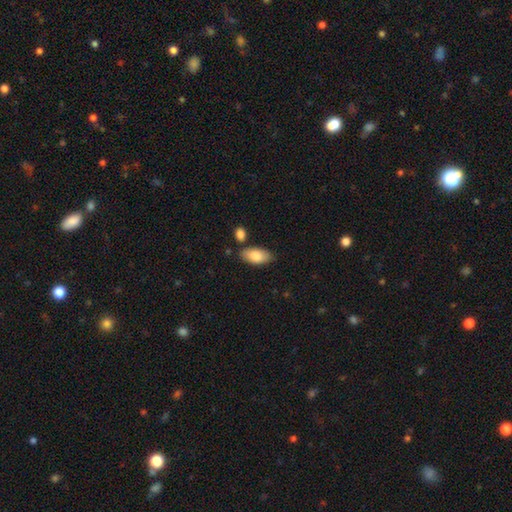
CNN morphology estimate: Smooth or featured?
  - smooth: 83% *
  - featured or disk: 11%
  - star or artifact: 6%
How rounded?
  - in between: 92% *
  - cigar-shaped: 5%
  - round: 3%
Merging?
  - none: 77% *
  - minor disturbance: 13%
  - merger: 7%
  - major disturbance: 3%